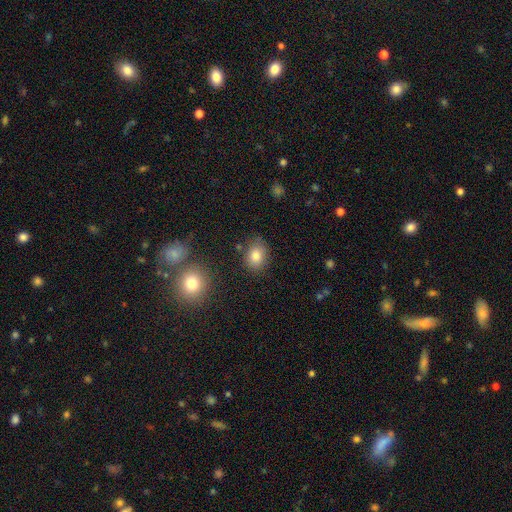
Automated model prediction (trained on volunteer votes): Overall: smooth (83%). How rounded: in between (64%; round 35%). Merging: none (79%).